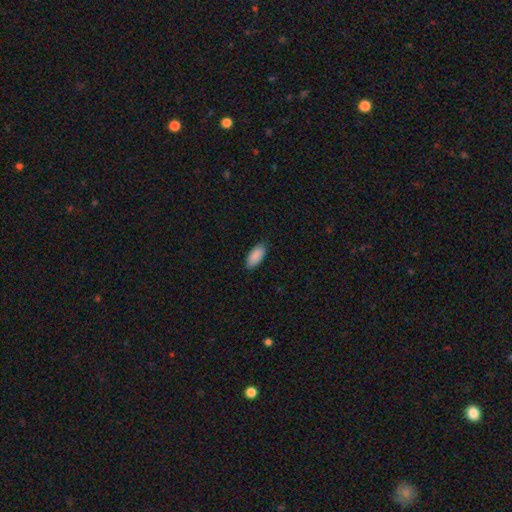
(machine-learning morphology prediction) A smooth galaxy with no disk features (90%) that is in between round and cigar-shaped (91%). Merging: none (85%).